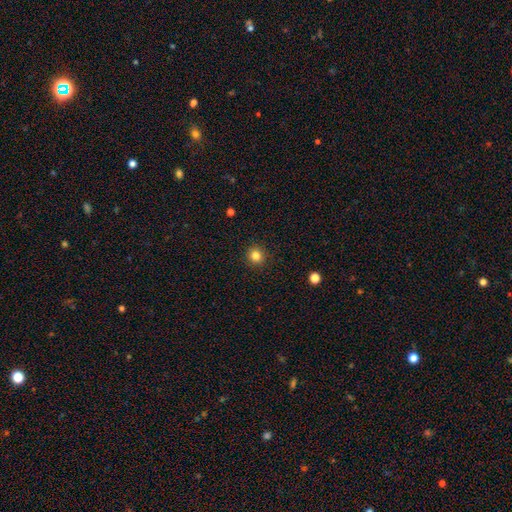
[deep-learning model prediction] The model was most divided on "smooth or featured": smooth: 83%, star or artifact: 12%, featured or disk: 5%. More confident: how rounded — round (93%); merging — none (92%).